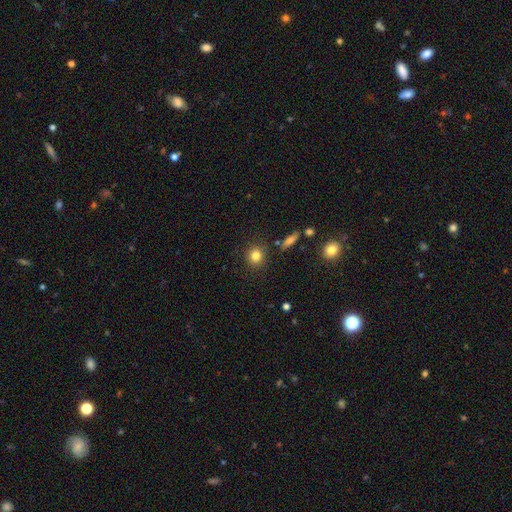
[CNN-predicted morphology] smooth_or_featured: smooth (p=0.82) [alt: star or artifact p=0.11]
how_rounded: round (p=0.84) [alt: in between p=0.14]
merging: none (p=0.85) [alt: minor disturbance p=0.09]